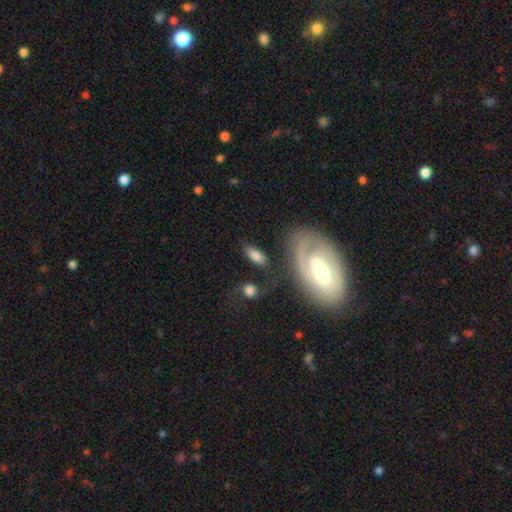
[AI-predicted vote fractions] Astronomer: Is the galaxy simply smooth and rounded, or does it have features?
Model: smooth — 70%.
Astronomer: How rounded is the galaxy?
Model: in between — 84%.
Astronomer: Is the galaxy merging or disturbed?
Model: none — 67%.